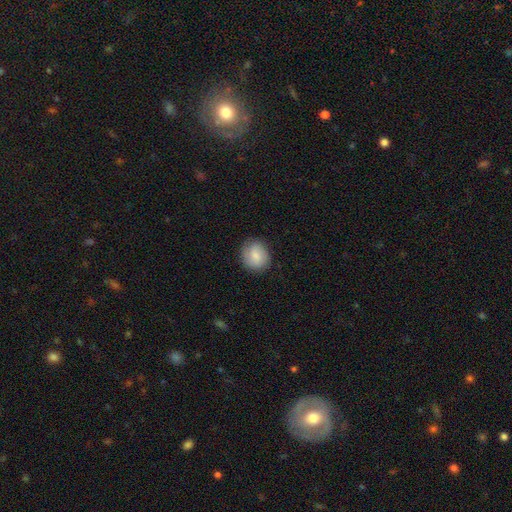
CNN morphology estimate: smooth_or_featured: smooth (p=0.83) [alt: featured or disk p=0.10]
how_rounded: round (p=0.74) [alt: in between p=0.25]
merging: none (p=0.84) [alt: minor disturbance p=0.12]